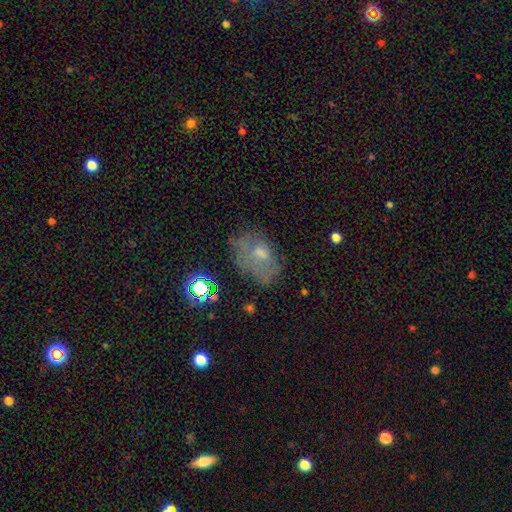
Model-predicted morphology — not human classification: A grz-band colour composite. It shows a smooth galaxy with no disk features (46%). Merging: none (56%).